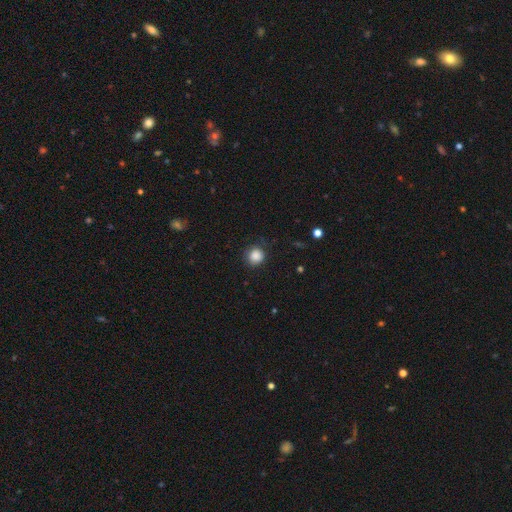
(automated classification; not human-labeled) A smooth galaxy with no disk features (86%) that is round (90%). Merging: none (80%).